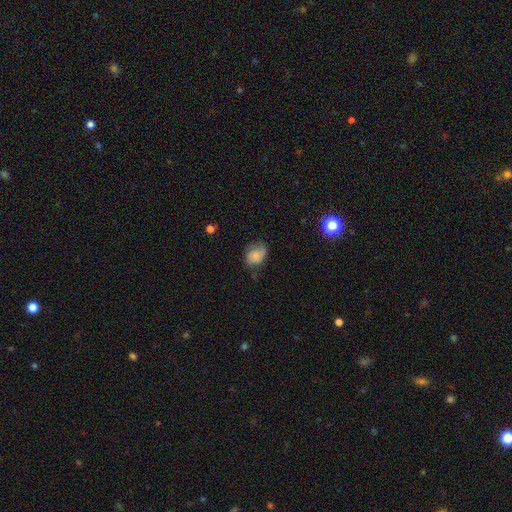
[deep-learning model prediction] The model was most divided on "how rounded": in between: 50%, round: 49%, cigar-shaped: 1%. More confident: smooth or featured — smooth (59%); merging — none (57%).